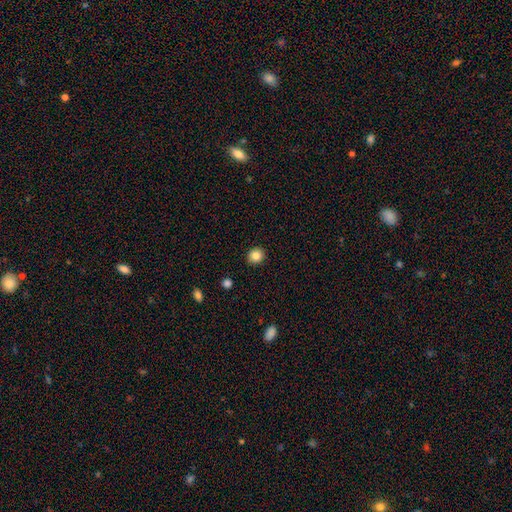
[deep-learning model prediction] smooth 84%, star or artifact 10%, featured or disk 5%. Down the decision tree: how rounded — round (86%); merging — none (92%).